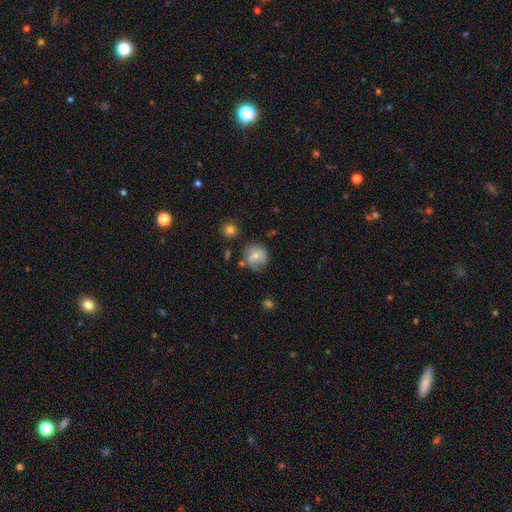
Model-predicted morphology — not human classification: The model was most divided on "smooth or featured": smooth: 56%, featured or disk: 35%, star or artifact: 9%. More confident: how rounded — round (79%); merging — none (61%).